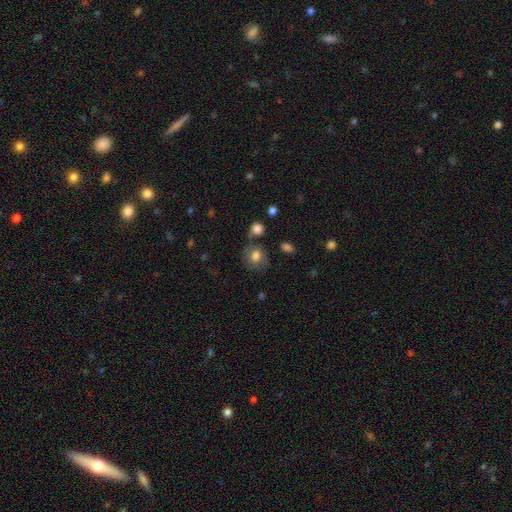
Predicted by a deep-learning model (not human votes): Smooth or featured? Predicted: smooth (p=0.73). How rounded? Predicted: round (p=0.68). Merging? Predicted: none (p=0.66).